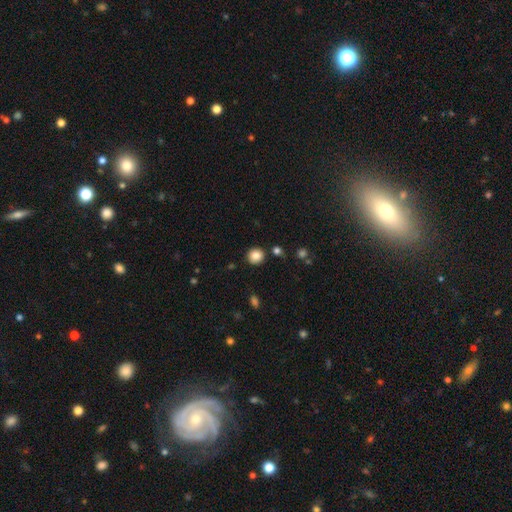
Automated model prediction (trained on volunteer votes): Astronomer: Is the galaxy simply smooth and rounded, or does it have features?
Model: smooth — 86%.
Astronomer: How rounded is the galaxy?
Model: round — 89%.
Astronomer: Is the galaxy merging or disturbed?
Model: none — 87%.